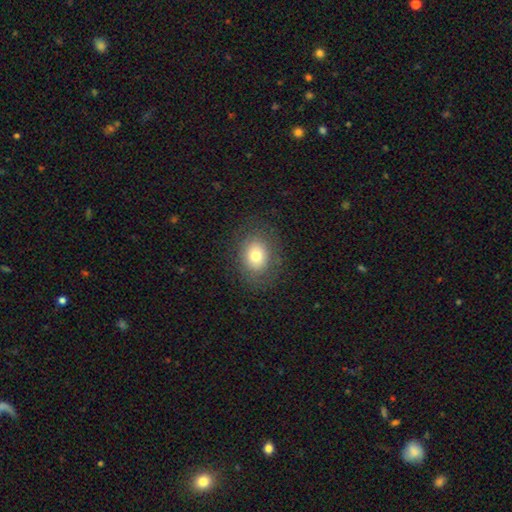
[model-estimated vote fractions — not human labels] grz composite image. It shows a smooth galaxy with no disk features (75%) that is in between round and cigar-shaped (53%). Merging: none (82%).